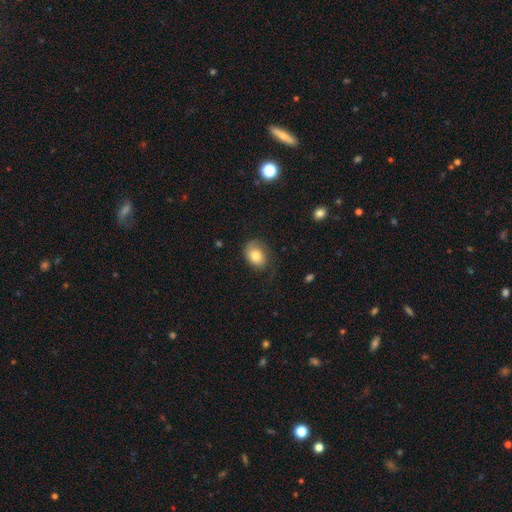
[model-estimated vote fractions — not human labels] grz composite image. It shows a smooth galaxy with no disk features (75%) that is in between round and cigar-shaped (64%). Merging: none (62%).